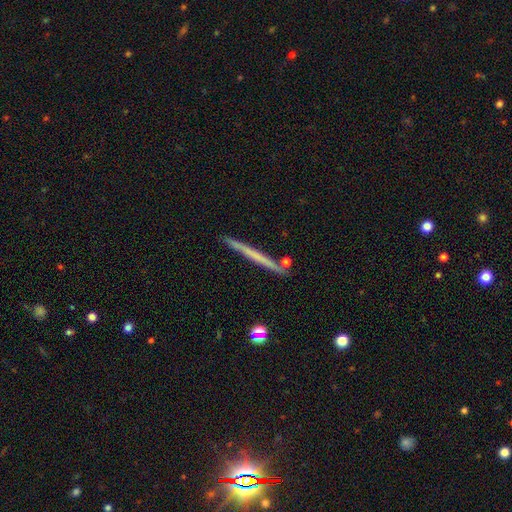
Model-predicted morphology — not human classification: Overall: featured or disk (50%; smooth 44%). Edge-on disk: yes (97%). Merging: none (88%).